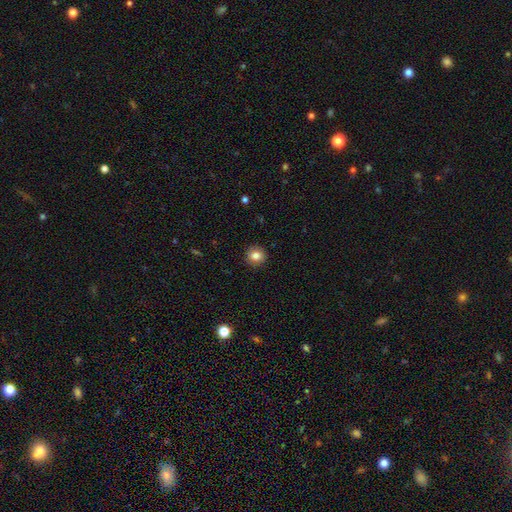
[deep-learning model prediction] smooth_or_featured: smooth (p=0.82) [alt: star or artifact p=0.10]
how_rounded: round (p=0.90) [alt: in between p=0.09]
merging: none (p=0.91) [alt: minor disturbance p=0.06]